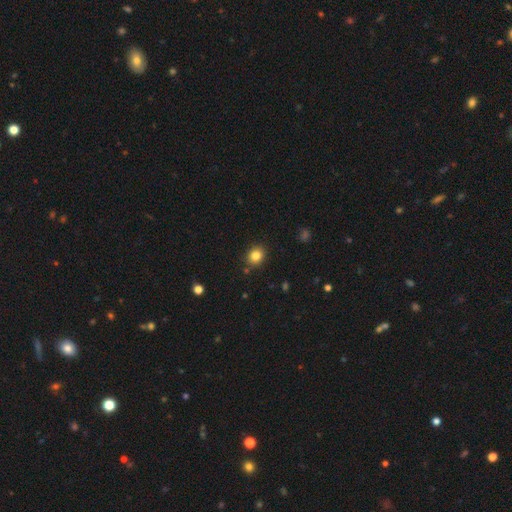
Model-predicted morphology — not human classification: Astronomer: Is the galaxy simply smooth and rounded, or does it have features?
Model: smooth — 83%.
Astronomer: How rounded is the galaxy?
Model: round — 69%.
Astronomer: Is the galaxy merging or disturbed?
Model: none — 86%.